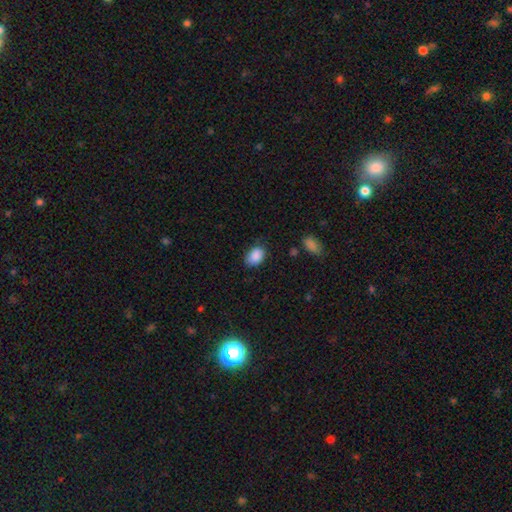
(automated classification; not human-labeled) Q: Smooth or featured?
A: smooth (88%); runner-up: star or artifact (8%)
Q: How rounded?
A: in between (81%); runner-up: round (18%)
Q: Merging?
A: none (75%); runner-up: minor disturbance (19%)